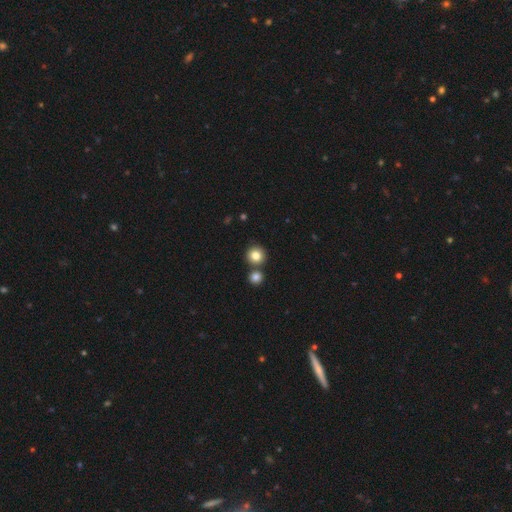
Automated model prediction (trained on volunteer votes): Smooth or featured?
  - smooth: 83% *
  - star or artifact: 10%
  - featured or disk: 7%
How rounded?
  - round: 91% *
  - in between: 8%
  - cigar-shaped: 1%
Merging?
  - none: 72% *
  - merger: 18%
  - minor disturbance: 8%
  - major disturbance: 2%